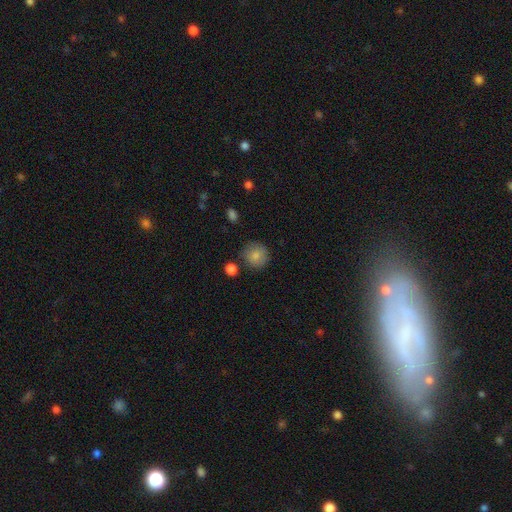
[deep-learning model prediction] Overall: smooth (85%). How rounded: round (92%). Merging: none (82%).